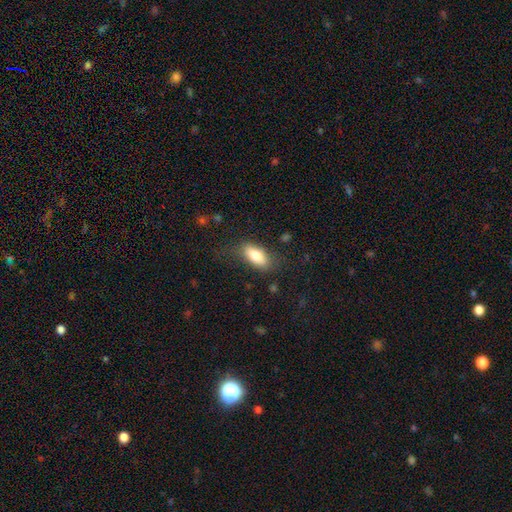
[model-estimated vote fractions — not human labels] Overall: smooth (78%). How rounded: in between (84%). Merging: none (74%).